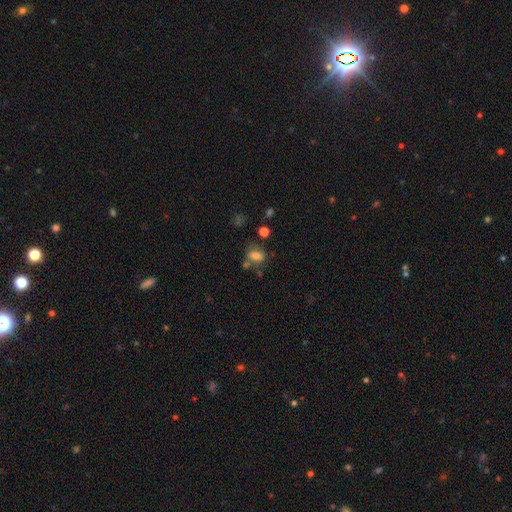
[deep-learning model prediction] Smooth or featured?
  - smooth: 72% *
  - featured or disk: 15%
  - star or artifact: 13%
How rounded?
  - in between: 76% *
  - round: 19%
  - cigar-shaped: 5%
Merging?
  - none: 51% *
  - minor disturbance: 21%
  - merger: 17%
  - major disturbance: 11%